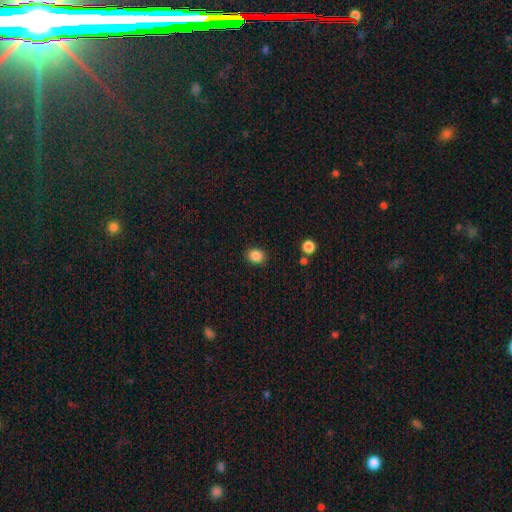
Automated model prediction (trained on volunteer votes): Morphology: type=smooth (87%); roundness=round (53%); merging=none (89%).